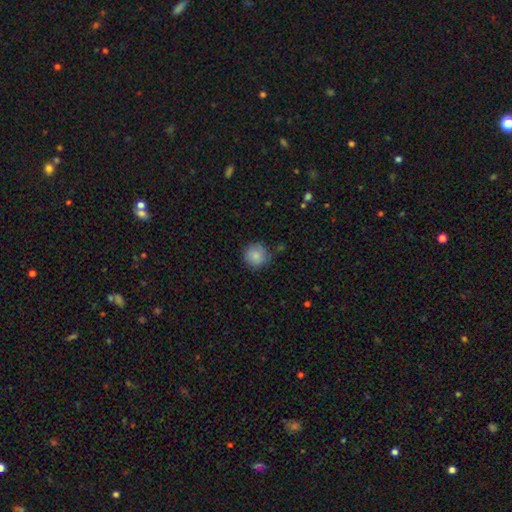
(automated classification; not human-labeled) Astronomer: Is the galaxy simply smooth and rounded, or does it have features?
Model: smooth — 86%.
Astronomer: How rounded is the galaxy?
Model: round — 93%.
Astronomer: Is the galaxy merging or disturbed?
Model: none — 78%.